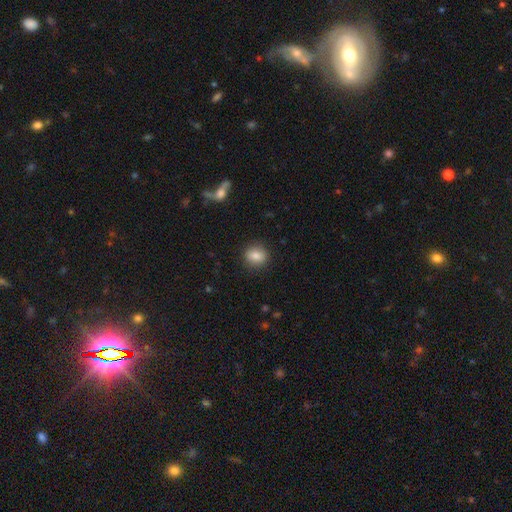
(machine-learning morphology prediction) Smooth or featured? Predicted: smooth (p=0.85). How rounded? Predicted: round (p=0.70). Merging? Predicted: none (p=0.89).